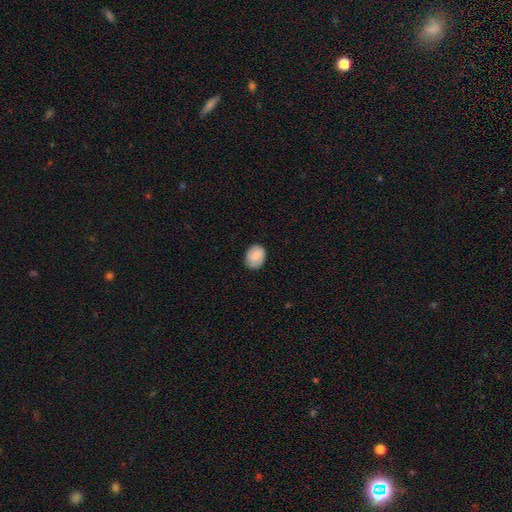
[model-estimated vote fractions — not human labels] The model was most divided on "how rounded": round: 51%, in between: 48%, cigar-shaped: 1%. More confident: merging — none (80%); smooth or featured — smooth (80%).